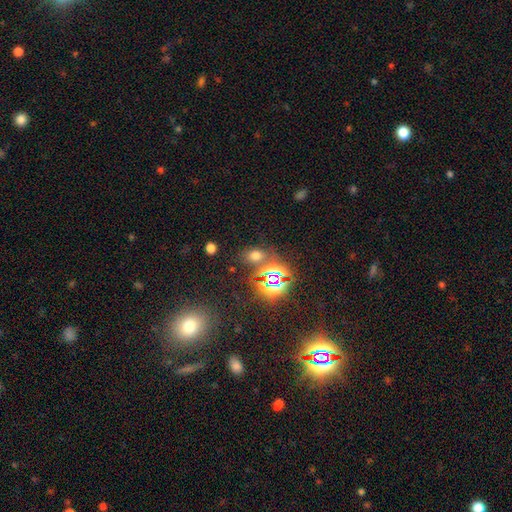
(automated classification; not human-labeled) Smooth or featured?
  - smooth: 54% *
  - star or artifact: 39%
  - featured or disk: 7%
How rounded?
  - in between: 66% *
  - round: 31%
  - cigar-shaped: 2%
Merging?
  - none: 74% *
  - minor disturbance: 12%
  - merger: 9%
  - major disturbance: 5%